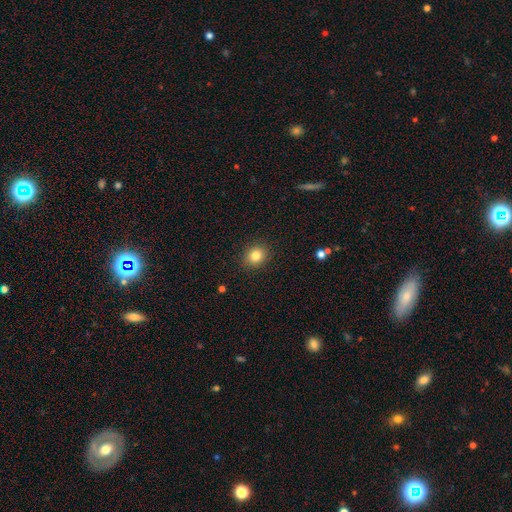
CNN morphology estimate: A smooth galaxy with no disk features (83%) that is round (74%). Merging: none (89%).